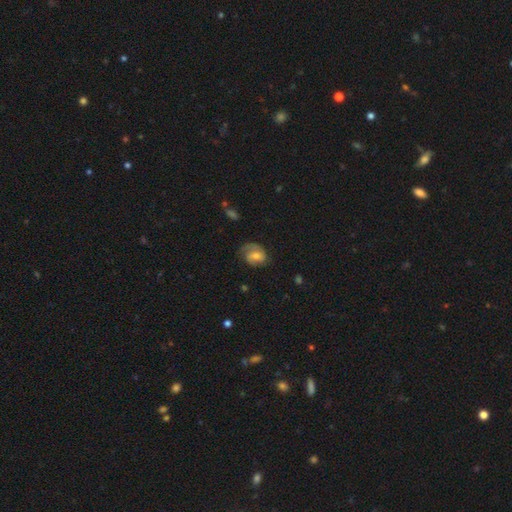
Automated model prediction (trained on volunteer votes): This is possibly a featured or disk galaxy (57%). It is clearly not viewed edge-on (96%). Bar: possibly no (47%). Spiral arm pattern: clearly yes (85%). Central bulge: possibly moderate (53%). Merging: possibly none (57%).